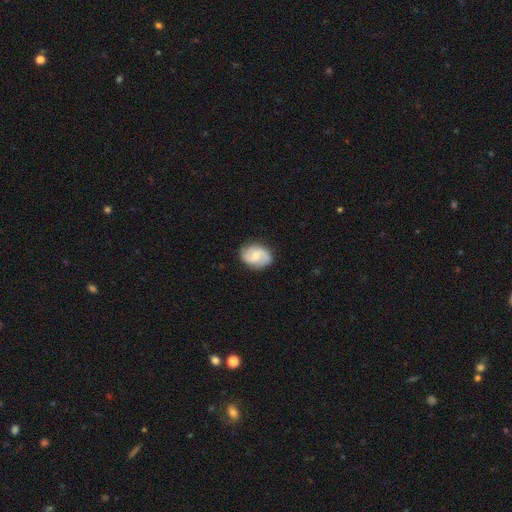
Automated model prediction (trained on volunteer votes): smooth-or-featured: featured or disk: 63% | smooth: 31% | star or artifact: 6%
  disk-edge-on: no: 97% | yes: 3%
    bar: no: 48% | weak: 44% | strong: 8%
    has-spiral-arms: yes: 92% | no: 8%
      spiral-winding: medium: 46% | loose: 30% | tight: 24%
      spiral-arm-count: 2: 85% | can't tell: 8% | 1: 3% | 3: 2% | 4: 1% | more than 4: 1%
    bulge-size: moderate: 46% | small: 45% | none: 4% | large: 3% | dominant: 1%
  merging: none: 81% | minor disturbance: 14% | major disturbance: 4% | merger: 1%